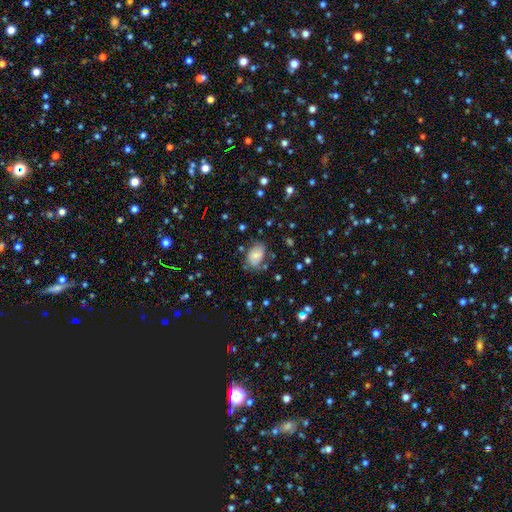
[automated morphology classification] smooth 59%, featured or disk 30%, star or artifact 11%. Down the decision tree: how rounded — in between (83%); merging — none (61%).